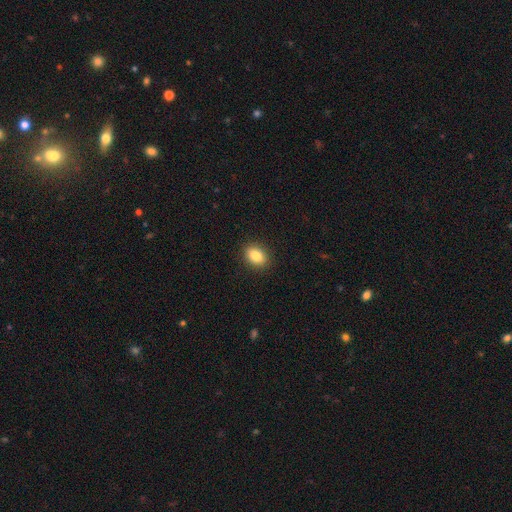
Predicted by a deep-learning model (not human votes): Smooth or featured? Predicted: smooth (p=0.85). How rounded? Predicted: in between (p=0.74). Merging? Predicted: none (p=0.90).